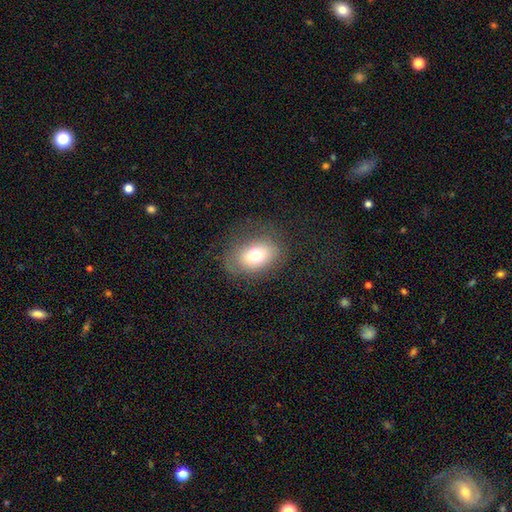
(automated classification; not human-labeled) Smooth or featured? Predicted: smooth (p=0.72). How rounded? Predicted: in between (p=0.73). Merging? Predicted: none (p=0.72).